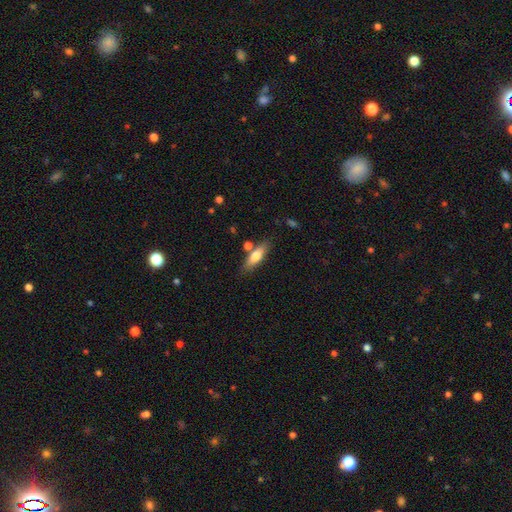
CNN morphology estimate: Smooth or featured? smooth (70%)
How rounded? in between (52%)
Merging? none (75%)